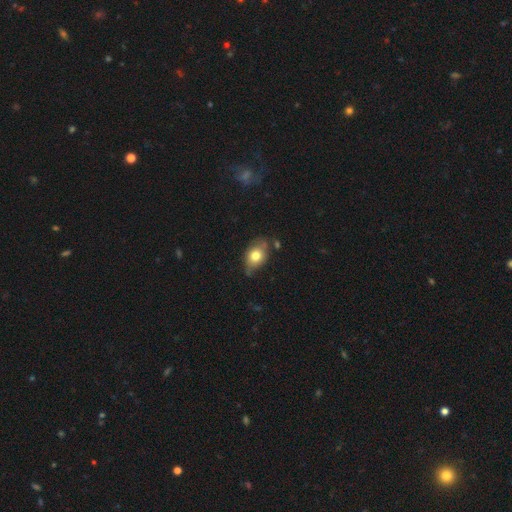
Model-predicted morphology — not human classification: This appears to be a smooth galaxy with no disk features (72%) that is in between round and cigar-shaped (77%). Merging: none (59%).